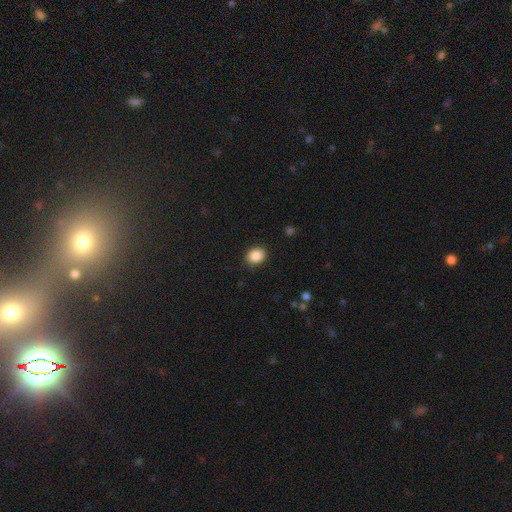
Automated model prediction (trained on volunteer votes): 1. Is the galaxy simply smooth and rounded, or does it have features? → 88% smooth, 9% star or artifact, 3% featured or disk.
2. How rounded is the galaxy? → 55% round, 44% in between, 1% cigar-shaped.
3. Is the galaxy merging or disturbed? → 87% none, 9% minor disturbance, 2% major disturbance, 1% merger.